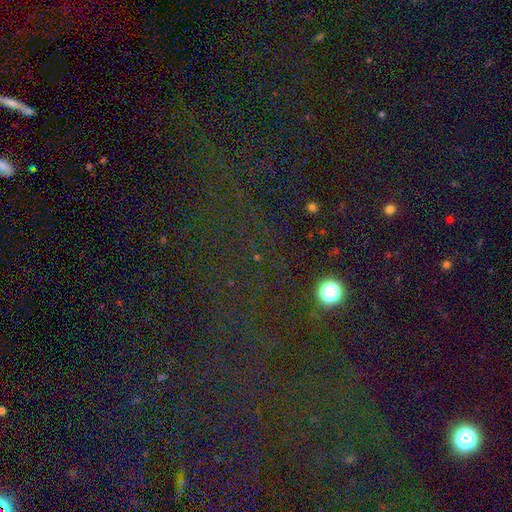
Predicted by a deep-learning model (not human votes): A star or artifact, not a galaxy (78%).